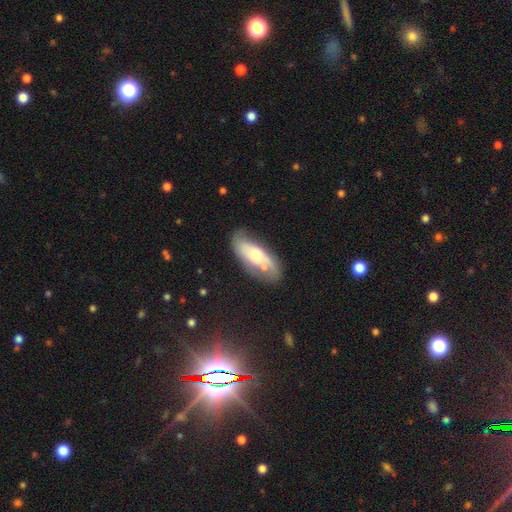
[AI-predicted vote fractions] Smooth or featured? Predicted: featured or disk (p=0.53). Edge-on disk? Predicted: no (p=0.84). Merging? Predicted: none (p=0.57).